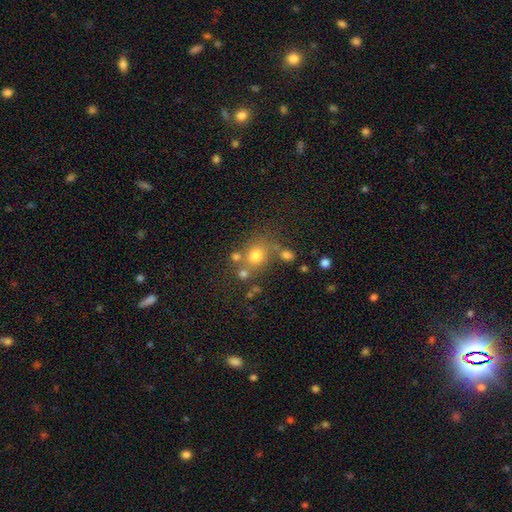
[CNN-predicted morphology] Overall: smooth (71%). How rounded: round (74%). Merging: none (60%).